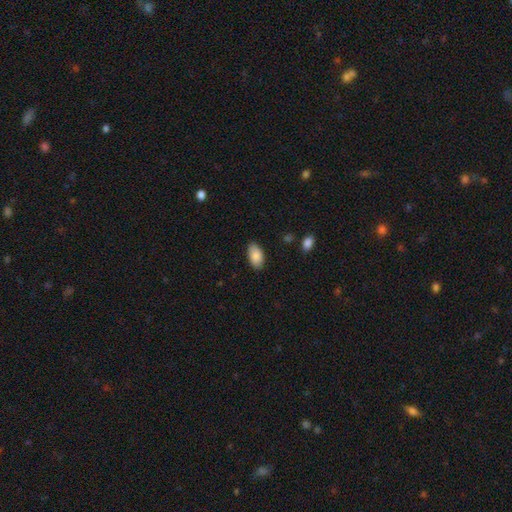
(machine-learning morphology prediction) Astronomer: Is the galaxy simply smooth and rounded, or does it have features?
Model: smooth — 88%.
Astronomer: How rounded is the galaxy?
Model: in between — 95%.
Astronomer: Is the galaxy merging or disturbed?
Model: none — 85%.